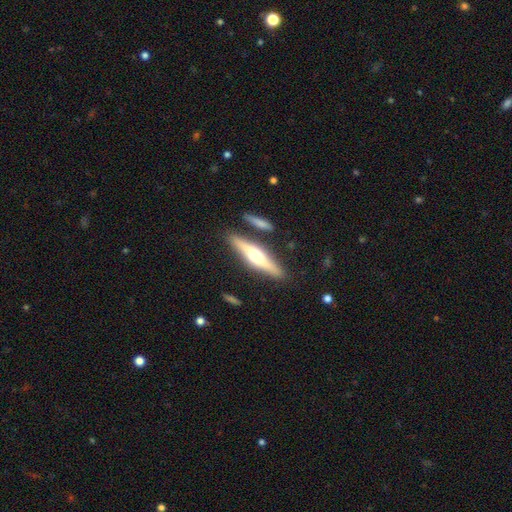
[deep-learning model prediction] Overall: featured or disk (60%; smooth 34%). Edge-on disk: yes (95%). Edge-on bulge: rounded (93%). Merging: none (84%).